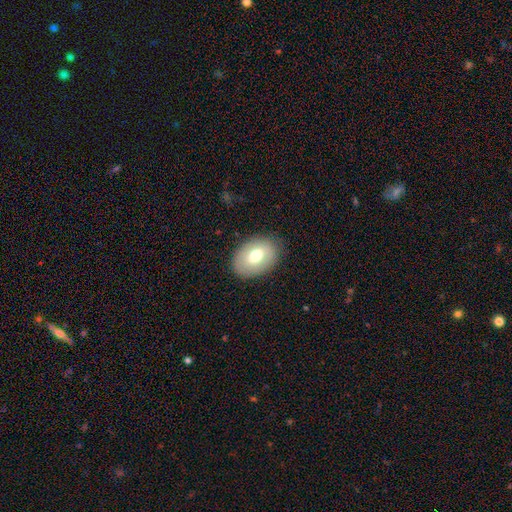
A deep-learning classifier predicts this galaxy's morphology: This is likely a smooth galaxy (66%). How rounded: clearly in between (82%). Merging: clearly none (84%).